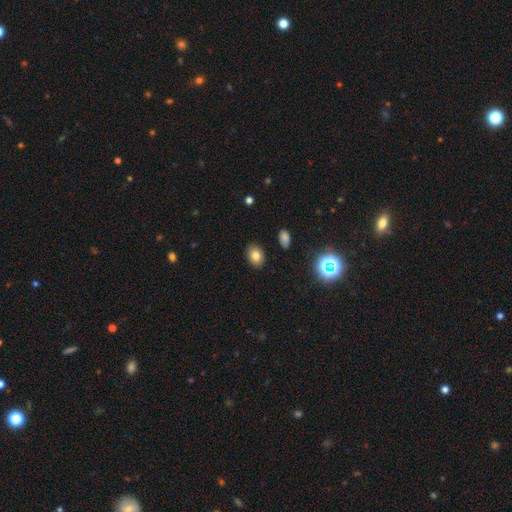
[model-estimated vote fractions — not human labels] This is likely a smooth galaxy (78%). How rounded: likely in between (74%). Merging: clearly none (87%).